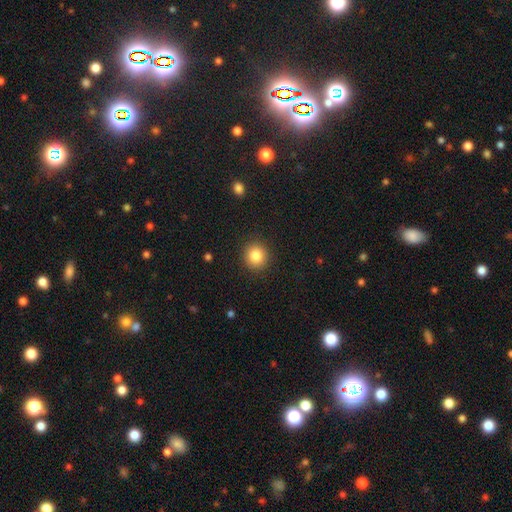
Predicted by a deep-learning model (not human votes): Smooth or featured? smooth (84%)
How rounded? round (90%)
Merging? none (91%)